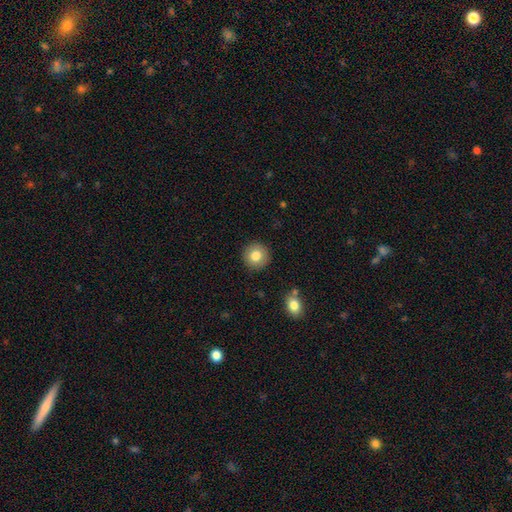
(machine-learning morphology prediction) A smooth galaxy with no disk features (82%) that is round (94%). Merging: none (91%).